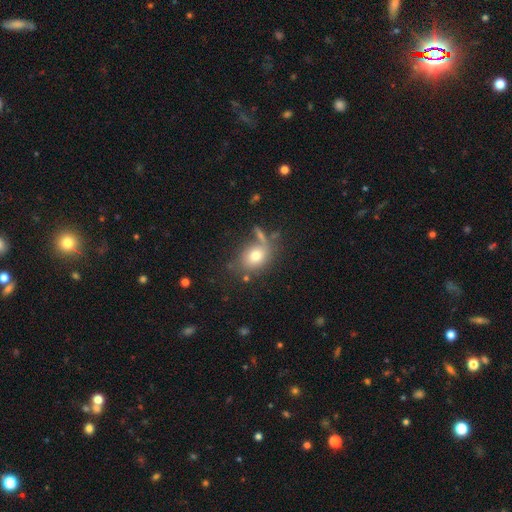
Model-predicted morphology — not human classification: smooth_or_featured: smooth (p=0.75) [alt: featured or disk p=0.15]
how_rounded: in between (p=0.56) [alt: round p=0.42]
merging: none (p=0.57) [alt: minor disturbance p=0.17]